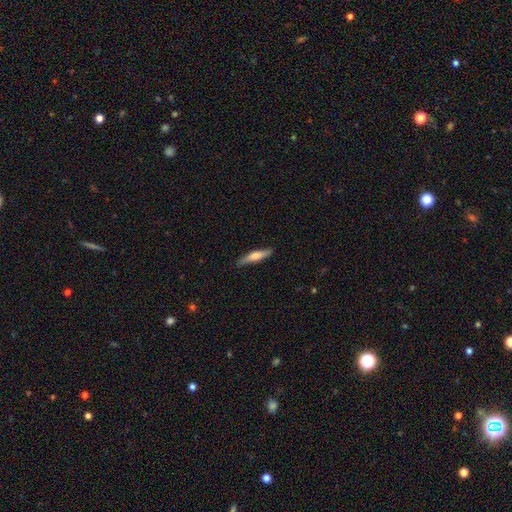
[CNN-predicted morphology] smooth_or_featured: smooth (p=0.58) [alt: featured or disk p=0.36]
how_rounded: cigar-shaped (p=0.85) [alt: in between p=0.14]
merging: none (p=0.84) [alt: minor disturbance p=0.13]